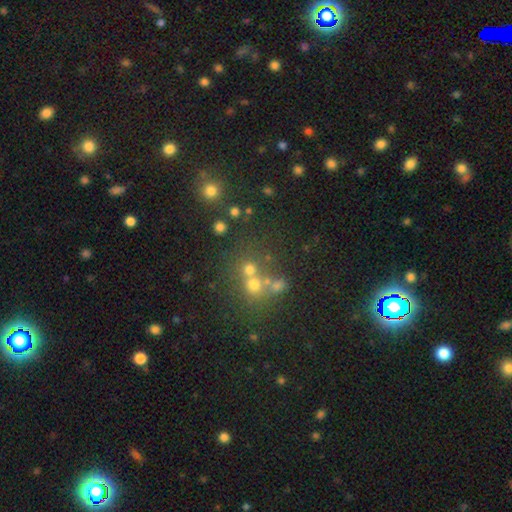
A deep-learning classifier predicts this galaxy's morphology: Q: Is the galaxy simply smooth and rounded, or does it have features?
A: star or artifact — 47%.